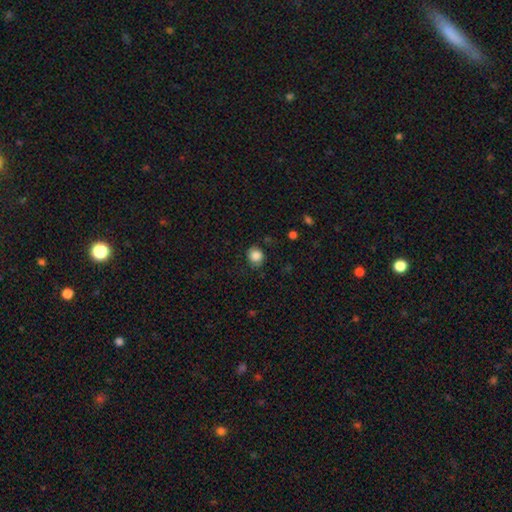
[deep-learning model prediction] Smooth or featured? Predicted: smooth (p=0.84). How rounded? Predicted: round (p=0.77). Merging? Predicted: none (p=0.76).